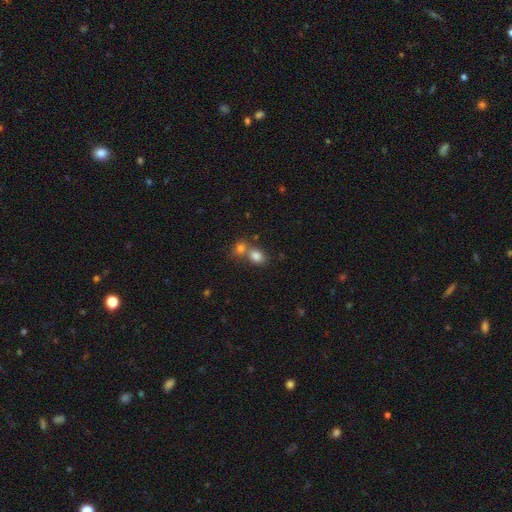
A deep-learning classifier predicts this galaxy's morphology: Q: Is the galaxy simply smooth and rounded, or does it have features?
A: smooth — 82%.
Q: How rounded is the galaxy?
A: in between — 64%.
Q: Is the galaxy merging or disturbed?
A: merger — 51%.